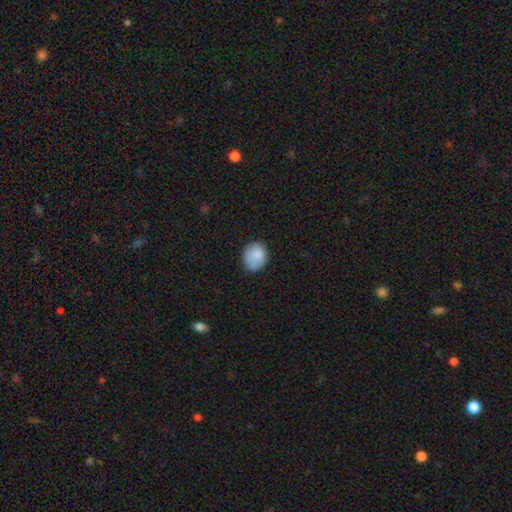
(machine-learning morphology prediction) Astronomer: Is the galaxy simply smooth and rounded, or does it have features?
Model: smooth — 85%.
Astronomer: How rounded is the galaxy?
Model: round — 53% (runner-up: in between, 46%).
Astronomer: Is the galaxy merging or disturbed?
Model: none — 73%.